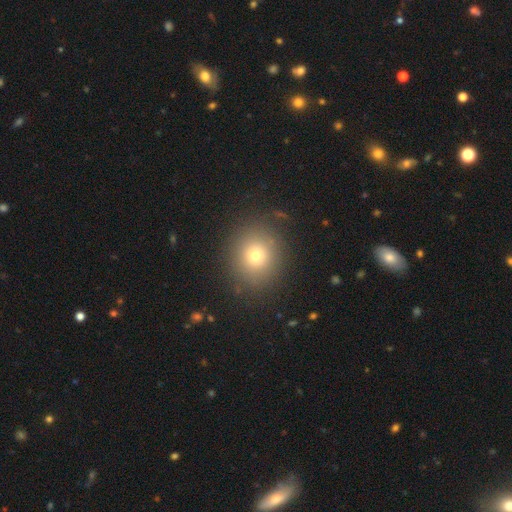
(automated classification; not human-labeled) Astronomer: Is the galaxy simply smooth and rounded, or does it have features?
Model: smooth — 72%.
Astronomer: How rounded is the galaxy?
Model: round — 81%.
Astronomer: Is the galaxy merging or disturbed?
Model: none — 87%.